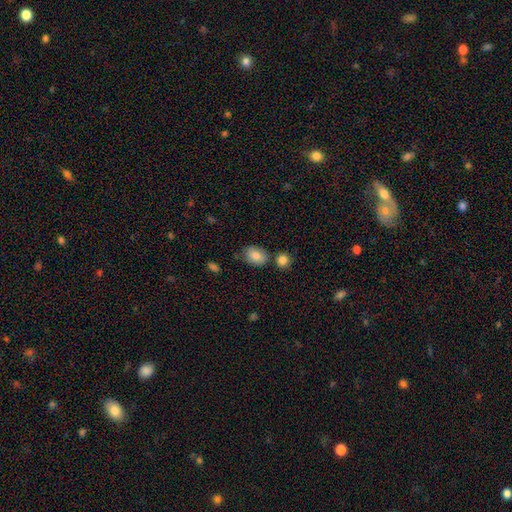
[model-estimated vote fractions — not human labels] Smooth or featured? Predicted: smooth (p=0.84). How rounded? Predicted: in between (p=0.74). Merging? Predicted: none (p=0.71).